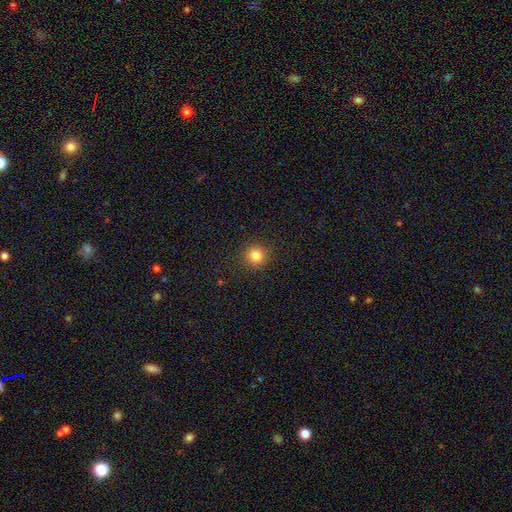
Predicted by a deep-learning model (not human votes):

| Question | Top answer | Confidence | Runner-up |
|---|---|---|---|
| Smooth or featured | smooth | 83% | star or artifact (12%) |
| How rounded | round | 94% | in between (5%) |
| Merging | none | 91% | minor disturbance (5%) |